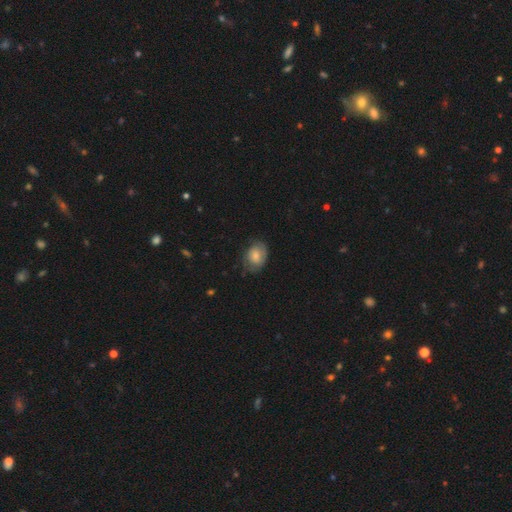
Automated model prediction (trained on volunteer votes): This is likely a smooth galaxy (70%). How rounded: likely in between (70%). Merging: likely none (66%).